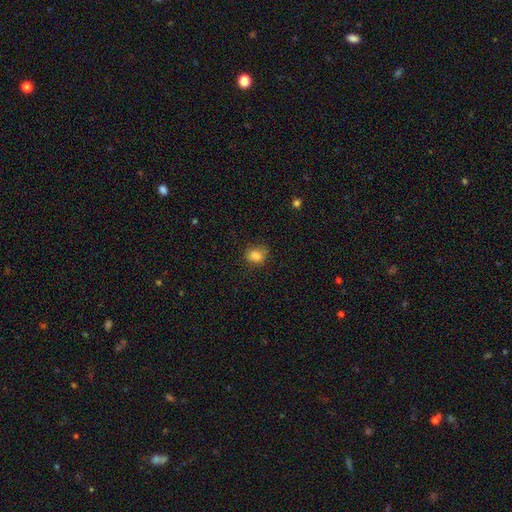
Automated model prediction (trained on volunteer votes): This appears to be a smooth galaxy with no disk features (83%) that is round (53%). Merging: none (68%).